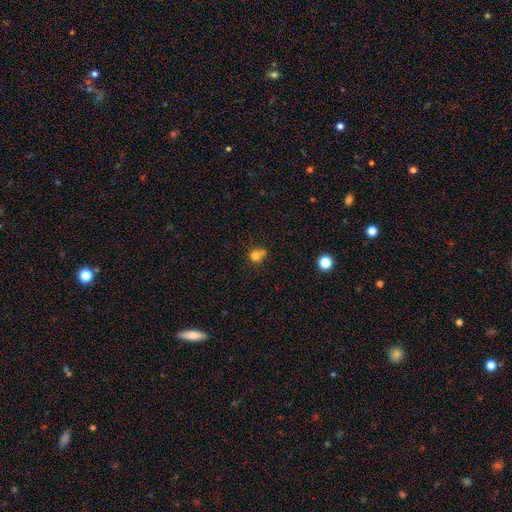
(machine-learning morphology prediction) smooth 76%, star or artifact 13%, featured or disk 10%. Down the decision tree: how rounded — round (84%); merging — none (47%).